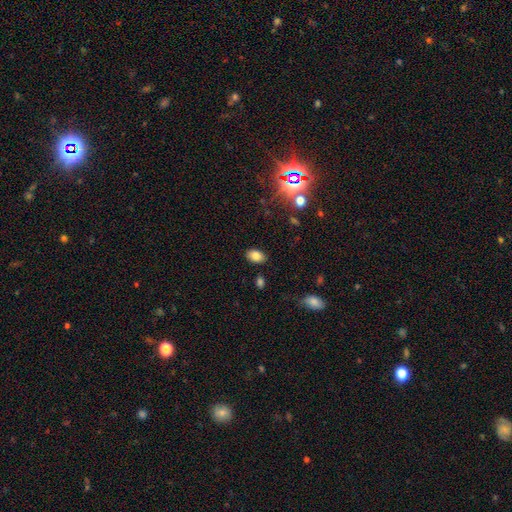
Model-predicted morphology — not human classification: This appears to be a smooth galaxy with no disk features (81%) that is in between round and cigar-shaped (88%). Merging: none (86%).